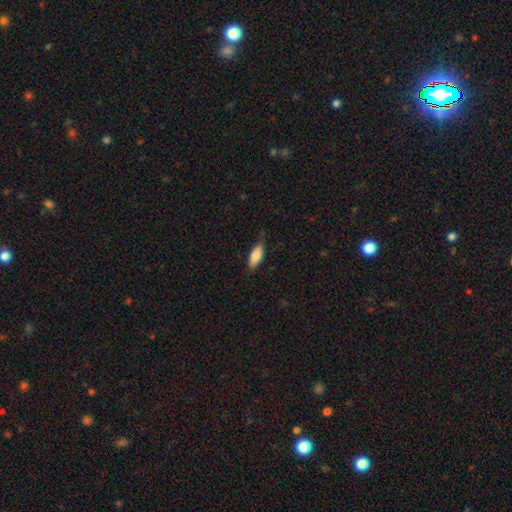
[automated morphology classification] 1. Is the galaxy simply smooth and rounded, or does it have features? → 82% smooth, 12% featured or disk, 6% star or artifact.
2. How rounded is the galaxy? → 78% in between, 20% cigar-shaped, 2% round.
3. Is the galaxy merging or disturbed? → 73% none, 22% minor disturbance, 4% major disturbance, 1% merger.